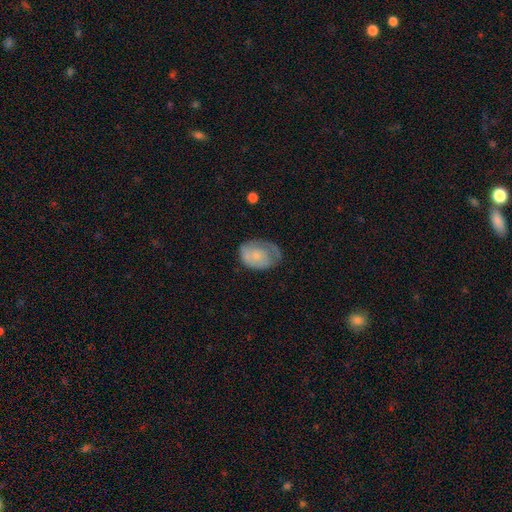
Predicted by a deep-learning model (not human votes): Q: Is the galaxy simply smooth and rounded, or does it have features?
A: smooth — 53%.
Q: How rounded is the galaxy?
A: in between — 80%.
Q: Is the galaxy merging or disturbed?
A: none — 46%.